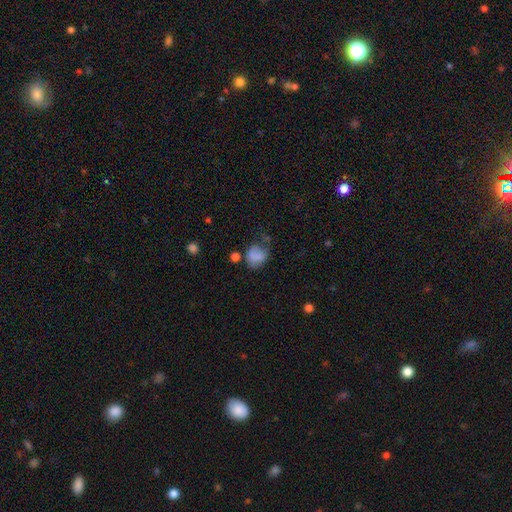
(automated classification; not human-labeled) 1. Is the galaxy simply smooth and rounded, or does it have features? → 73% smooth, 15% featured or disk, 11% star or artifact.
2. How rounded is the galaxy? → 55% round, 44% in between, 1% cigar-shaped.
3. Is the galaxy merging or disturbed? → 39% none, 30% minor disturbance, 23% major disturbance, 9% merger.